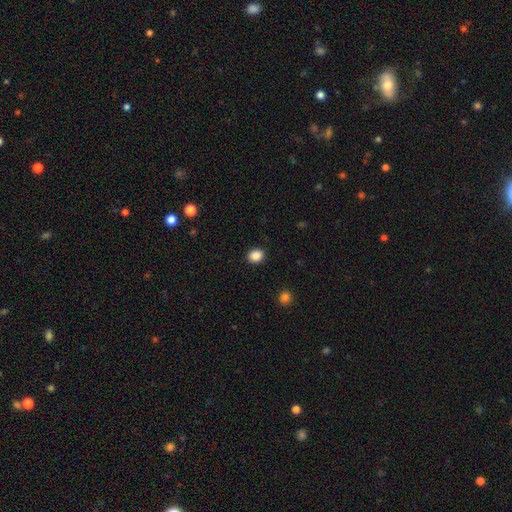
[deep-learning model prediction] Smooth or featured? smooth (88%)
How rounded? round (65%)
Merging? none (91%)